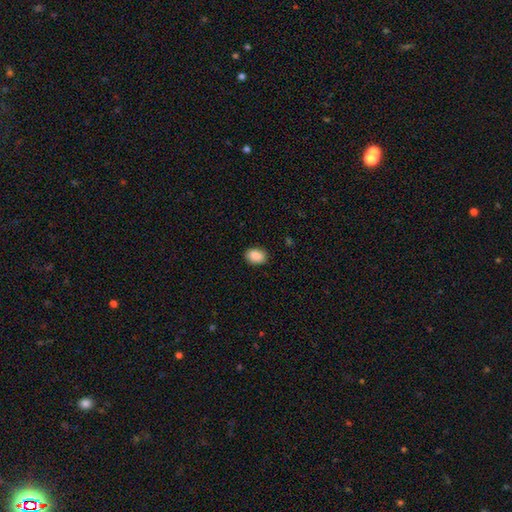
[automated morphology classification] A smooth galaxy with no disk features (89%) that is in between round and cigar-shaped (84%).

Vote fractions:
- Smooth or featured? smooth: 89% / star or artifact: 7% / featured or disk: 4%
- How rounded? in between: 84% / round: 15% / cigar-shaped: 1%
- Merging? none: 87% / minor disturbance: 9% / major disturbance: 2% / merger: 1%